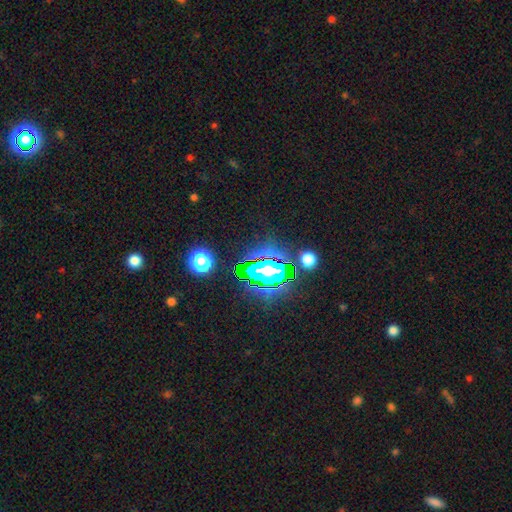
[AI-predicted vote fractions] This appears to be a star or artifact, not a galaxy (82%).